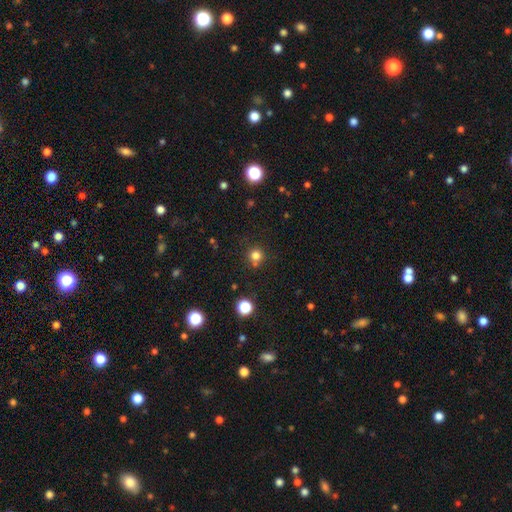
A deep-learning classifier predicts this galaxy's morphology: Smooth or featured: smooth — 77% (star or artifact — 17%)
How rounded: round — 92% (in between — 7%)
Merging: none — 73% (merger — 14%)